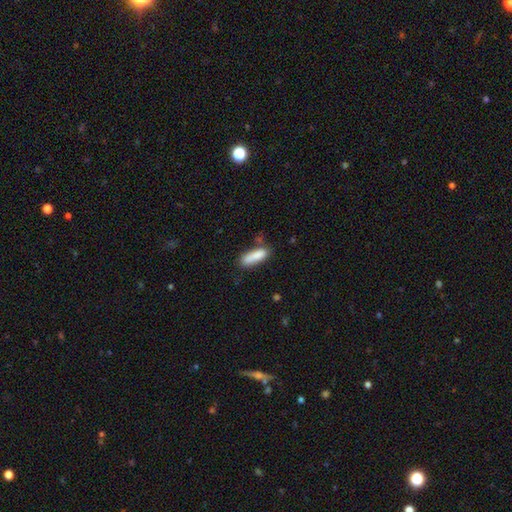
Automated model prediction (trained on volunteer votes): Q: Smooth or featured?
A: smooth (85%); runner-up: featured or disk (8%)
Q: How rounded?
A: cigar-shaped (53%); runner-up: in between (45%)
Q: Merging?
A: none (64%); runner-up: minor disturbance (22%)